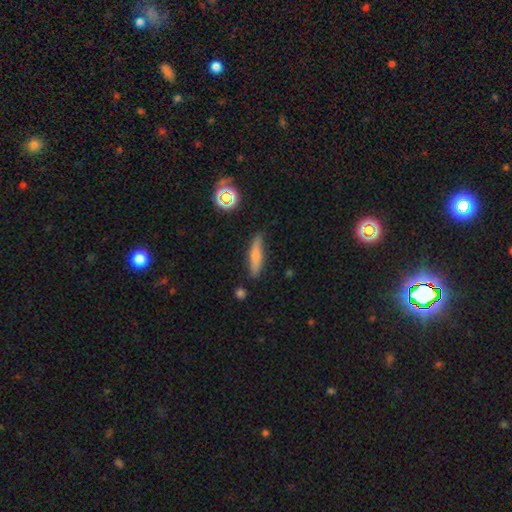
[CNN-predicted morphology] Overall: smooth (71%). How rounded: cigar-shaped (79%). Merging: none (78%).